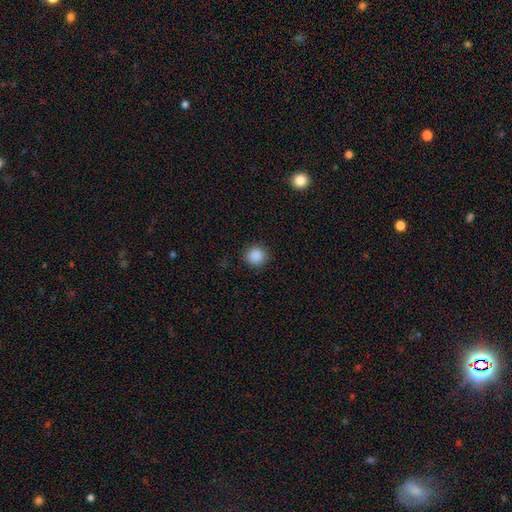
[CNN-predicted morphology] smooth_or_featured: smooth (p=0.88) [alt: star or artifact p=0.09]
how_rounded: round (p=0.93) [alt: in between p=0.06]
merging: none (p=0.90) [alt: minor disturbance p=0.07]